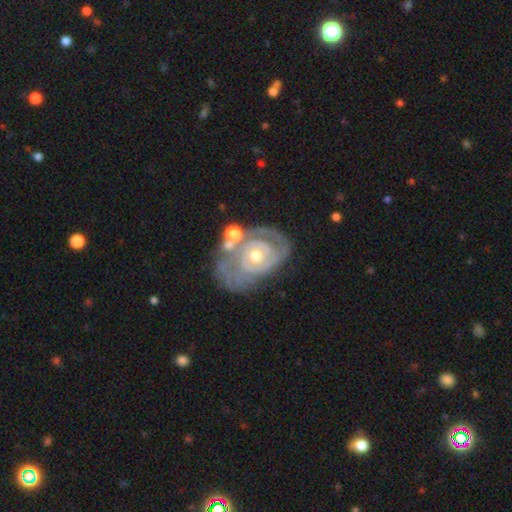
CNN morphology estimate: Smooth or featured: featured or disk — 87% (smooth — 8%)
Edge-on disk: no — 97% (yes — 3%)
Bar: no — 79% (weak — 17%)
Spiral arms: yes — 90% (no — 10%)
Spiral winding: tight — 76% (medium — 19%)
Spiral arm count: 2 — 40% (can't tell — 31%)
Bulge size: moderate — 60% (small — 35%)
Merging: none — 53% (minor disturbance — 22%)